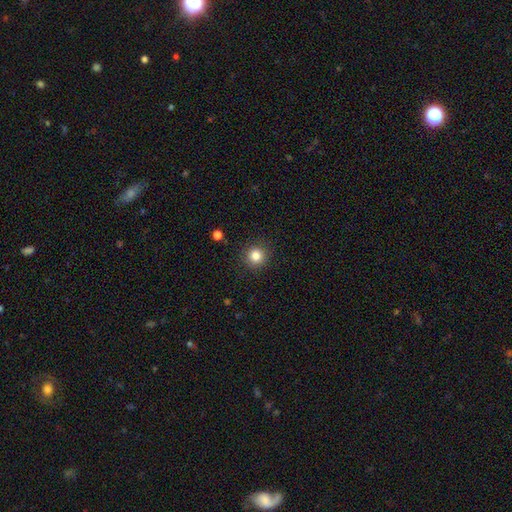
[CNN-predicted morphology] A smooth galaxy with no disk features (84%) that is round (94%).

Vote fractions:
- Smooth or featured? smooth: 84% / star or artifact: 11% / featured or disk: 5%
- How rounded? round: 94% / in between: 5% / cigar-shaped: 1%
- Merging? none: 91% / minor disturbance: 6% / major disturbance: 2% / merger: 1%